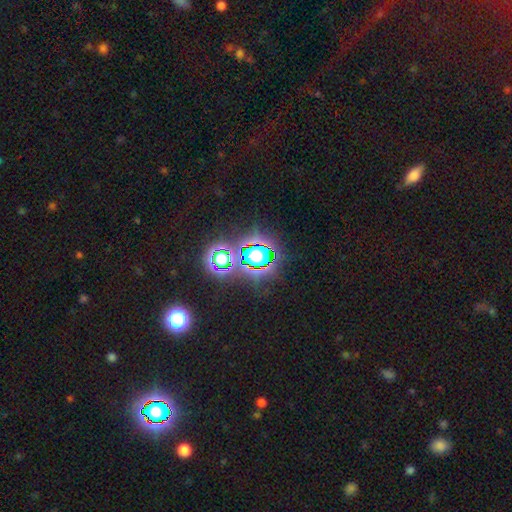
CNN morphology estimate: Smooth or featured? star or artifact (69%)